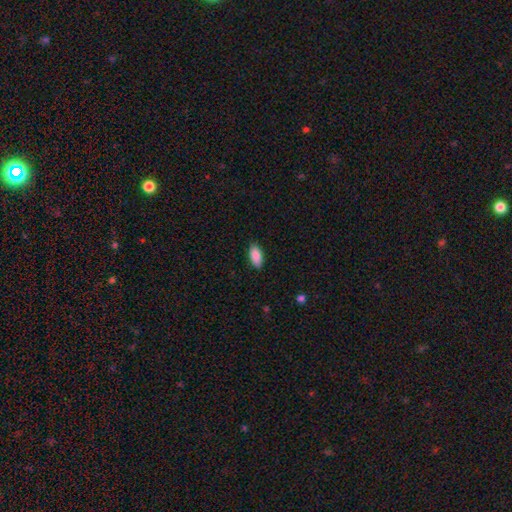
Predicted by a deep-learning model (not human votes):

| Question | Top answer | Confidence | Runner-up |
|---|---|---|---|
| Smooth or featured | smooth | 89% | star or artifact (6%) |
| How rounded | in between | 91% | cigar-shaped (7%) |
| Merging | none | 87% | minor disturbance (10%) |